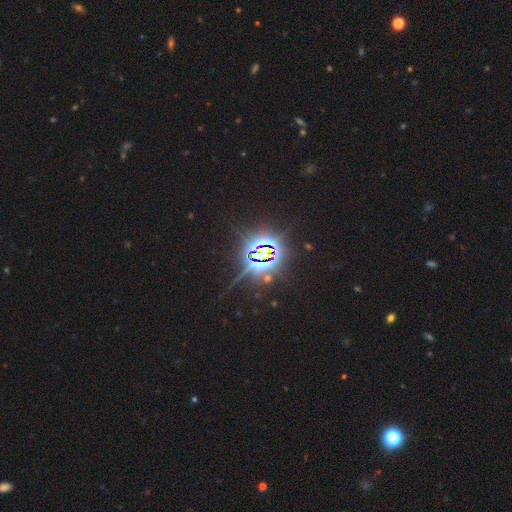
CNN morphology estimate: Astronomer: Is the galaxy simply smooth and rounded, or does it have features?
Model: star or artifact — 85%.